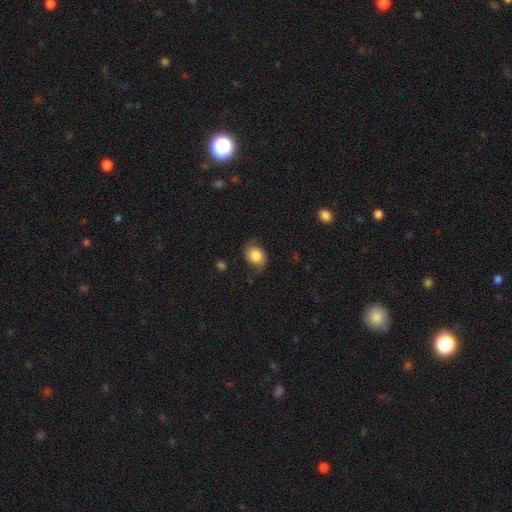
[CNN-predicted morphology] Smooth or featured? Predicted: smooth (p=0.77). How rounded? Predicted: in between (p=0.61). Merging? Predicted: none (p=0.68).